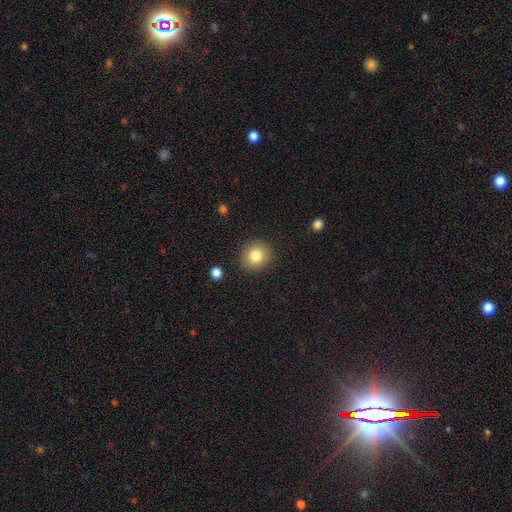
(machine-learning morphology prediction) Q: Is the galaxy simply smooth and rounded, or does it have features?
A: smooth — 82%.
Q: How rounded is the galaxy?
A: round — 84%.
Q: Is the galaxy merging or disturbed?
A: none — 88%.